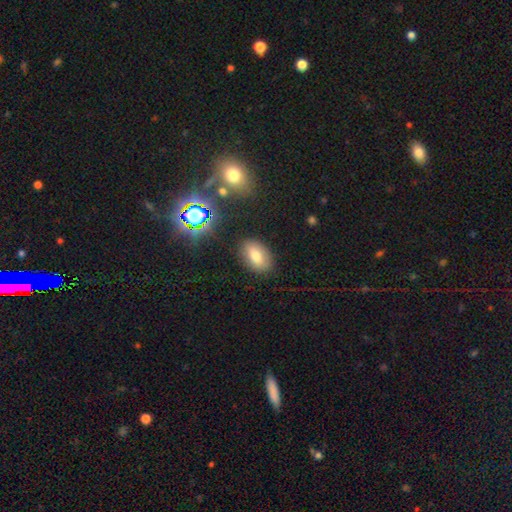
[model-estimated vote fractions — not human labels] Overall: smooth (73%). How rounded: in between (87%). Merging: none (85%).